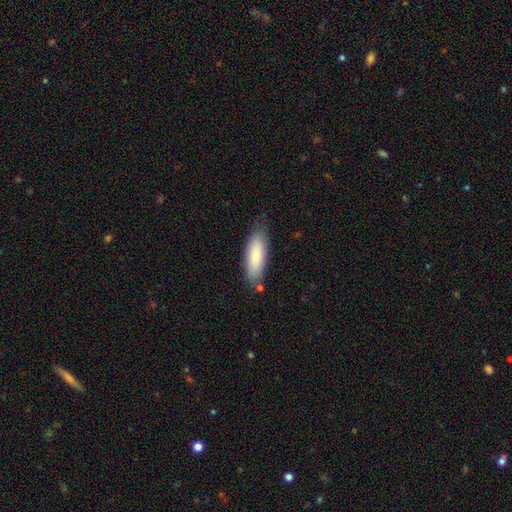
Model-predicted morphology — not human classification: Smooth or featured? smooth (82%)
How rounded? in between (55%)
Merging? none (74%)